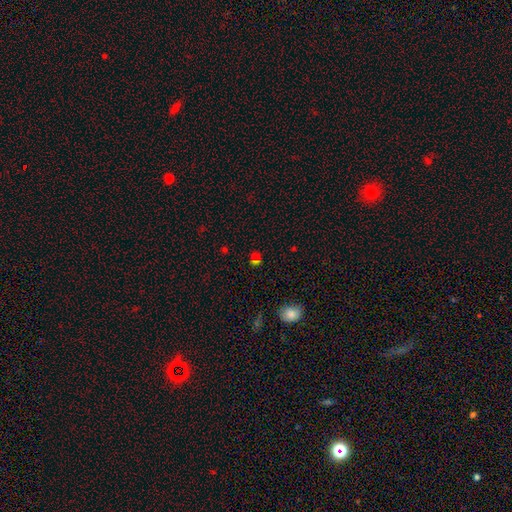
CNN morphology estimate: Smooth or featured? smooth (49%)
Merging? none (69%)